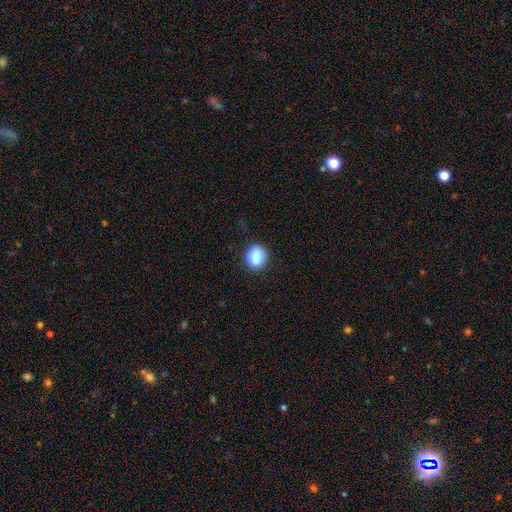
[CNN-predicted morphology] A smooth galaxy with no disk features (85%) that is round (59%). Merging: none (73%).